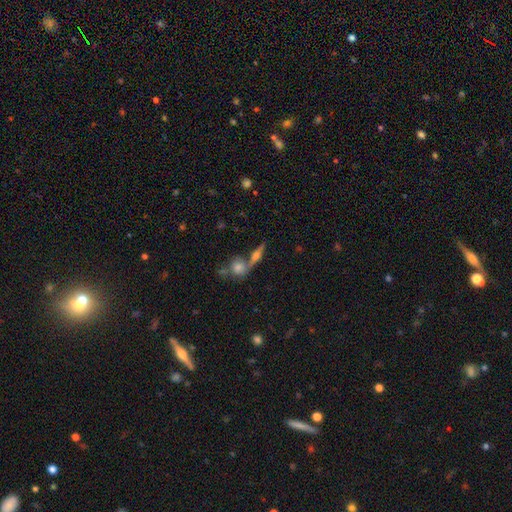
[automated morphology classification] smooth-or-featured: featured or disk: 52% | smooth: 34% | star or artifact: 14%
  disk-edge-on: yes: 82% | no: 18%
  merging: none: 52% | merger: 33% | minor disturbance: 9% | major disturbance: 5%